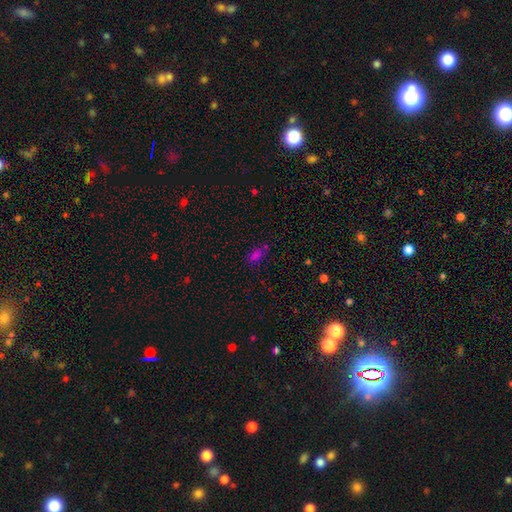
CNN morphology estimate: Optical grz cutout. It shows a smooth galaxy with no disk features (69%) that is in between round and cigar-shaped (84%). Merging: none (62%).